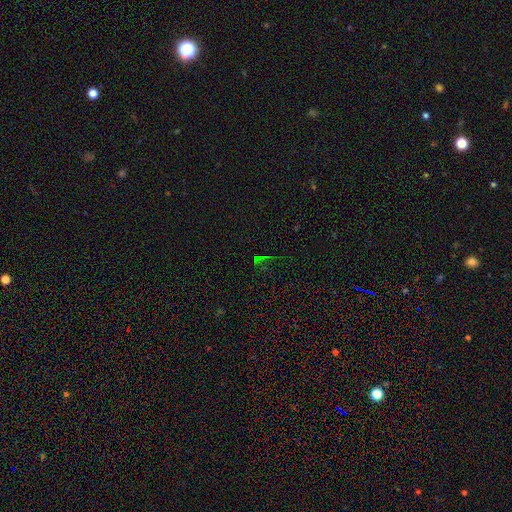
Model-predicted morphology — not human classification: smooth_or_featured: star or artifact (p=0.75) [alt: smooth p=0.15]